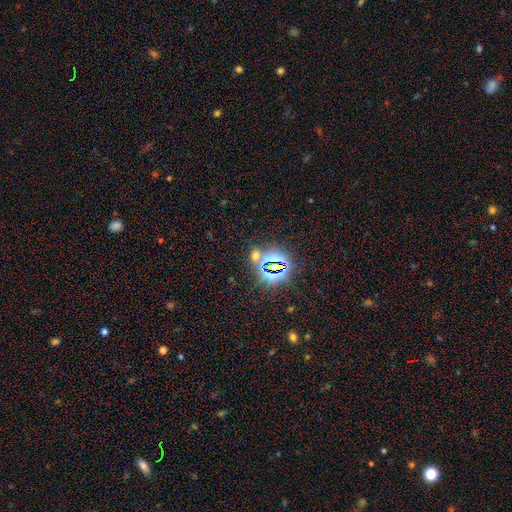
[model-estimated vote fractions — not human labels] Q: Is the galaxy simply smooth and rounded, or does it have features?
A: star or artifact — 62%.